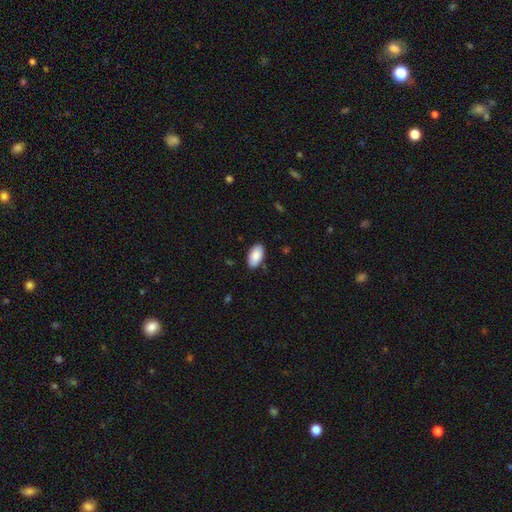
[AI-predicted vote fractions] smooth 87%, featured or disk 7%, star or artifact 6%. Down the decision tree: how rounded — in between (95%); merging — none (85%).